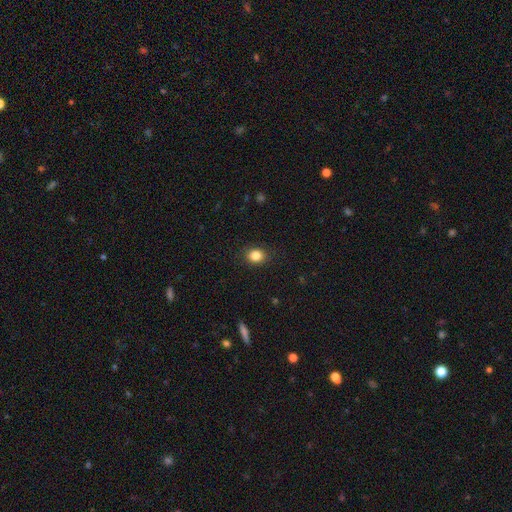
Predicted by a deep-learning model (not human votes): This is clearly a smooth galaxy (84%). How rounded: possibly round (56%). Merging: clearly none (87%).